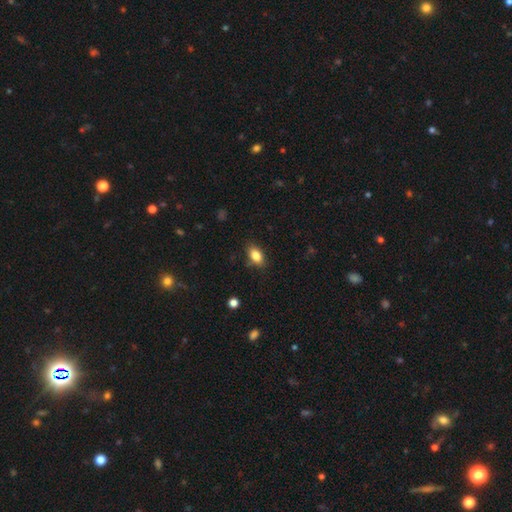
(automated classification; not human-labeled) The model was most divided on "merging": none: 83%, minor disturbance: 13%, major disturbance: 3%, merger: 1%. More confident: how rounded — in between (88%); smooth or featured — smooth (84%).